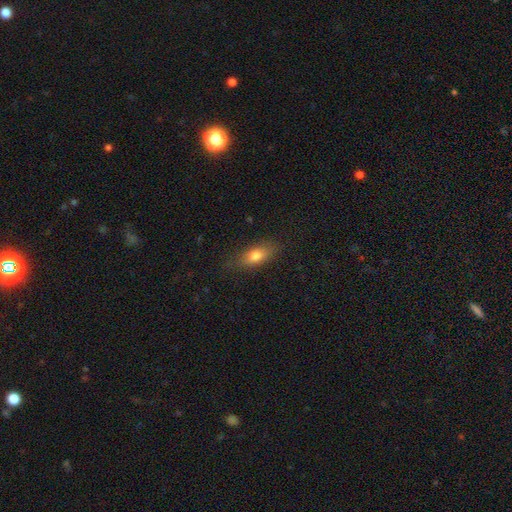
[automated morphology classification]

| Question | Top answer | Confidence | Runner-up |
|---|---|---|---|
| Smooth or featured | smooth | 76% | featured or disk (15%) |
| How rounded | in between | 75% | cigar-shaped (20%) |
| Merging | none | 80% | minor disturbance (15%) |